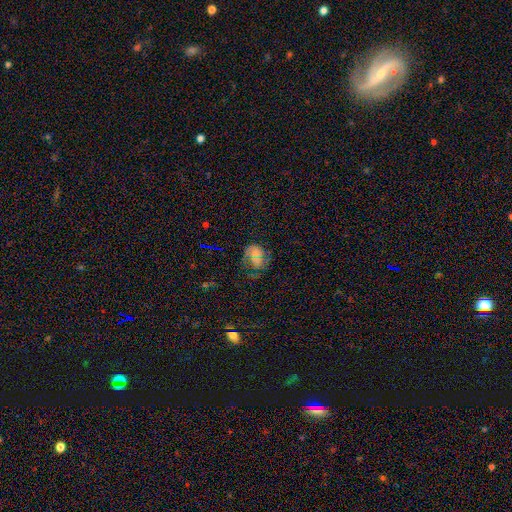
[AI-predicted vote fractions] Smooth or featured?
  - smooth: 47% *
  - featured or disk: 33%
  - star or artifact: 21%
Merging?
  - none: 49% *
  - minor disturbance: 24%
  - major disturbance: 22%
  - merger: 5%